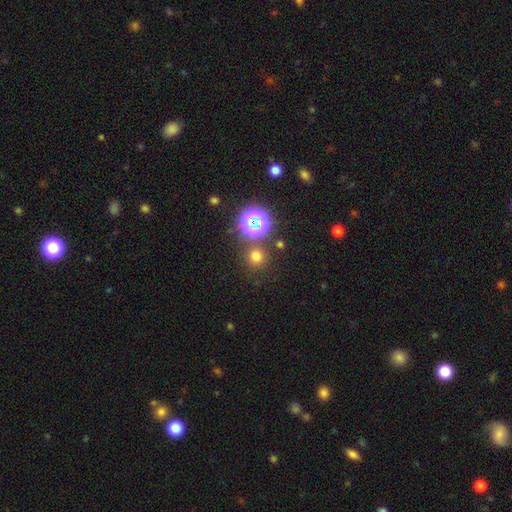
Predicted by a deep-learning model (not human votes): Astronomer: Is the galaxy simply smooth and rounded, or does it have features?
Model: smooth — 69%.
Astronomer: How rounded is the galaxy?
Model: round — 94%.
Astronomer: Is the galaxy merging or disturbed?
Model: none — 85%.